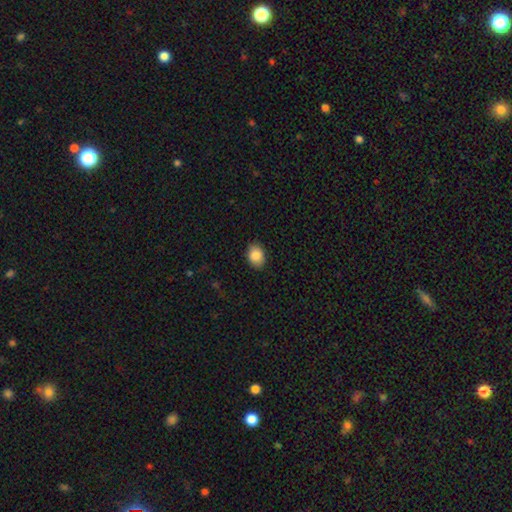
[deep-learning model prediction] Morphology: type=smooth (87%); roundness=in between (70%); merging=none (88%).